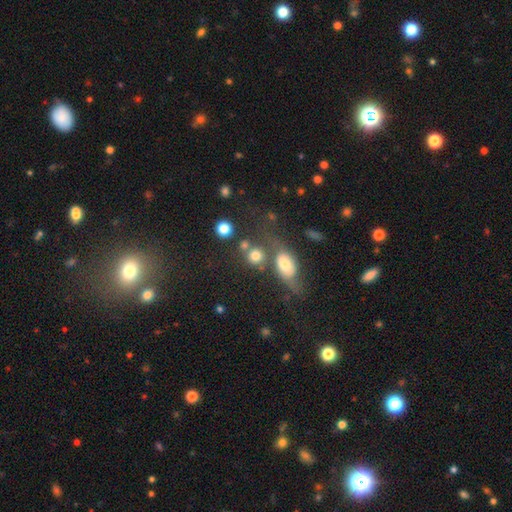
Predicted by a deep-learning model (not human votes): A smooth galaxy with no disk features (79%) that is round (80%).

Vote fractions:
- Smooth or featured? smooth: 79% / star or artifact: 11% / featured or disk: 10%
- How rounded? round: 80% / in between: 18% / cigar-shaped: 2%
- Merging? none: 51% / merger: 31% / minor disturbance: 10% / major disturbance: 7%